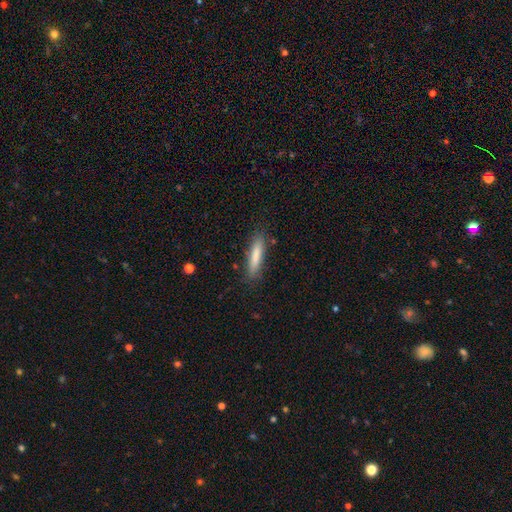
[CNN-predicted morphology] This appears to be a smooth galaxy with no disk features (82%) that is cigar-shaped (81%). Merging: none (84%).